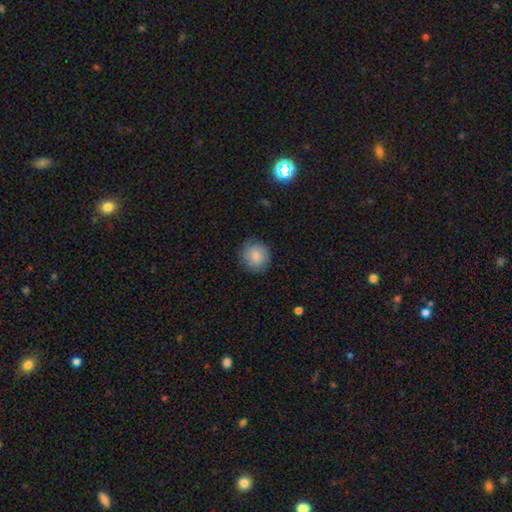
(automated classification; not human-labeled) Q: Smooth or featured?
A: smooth (83%); runner-up: featured or disk (9%)
Q: How rounded?
A: round (90%); runner-up: in between (9%)
Q: Merging?
A: none (85%); runner-up: minor disturbance (11%)